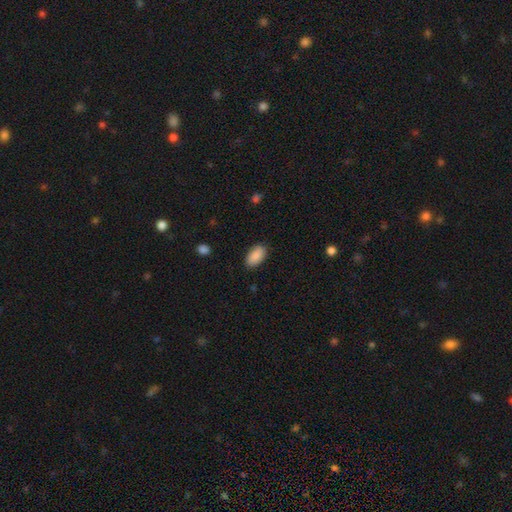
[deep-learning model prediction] Smooth or featured?
  - smooth: 90% *
  - star or artifact: 6%
  - featured or disk: 4%
How rounded?
  - in between: 95% *
  - round: 3%
  - cigar-shaped: 2%
Merging?
  - none: 87% *
  - minor disturbance: 10%
  - major disturbance: 2%
  - merger: 1%